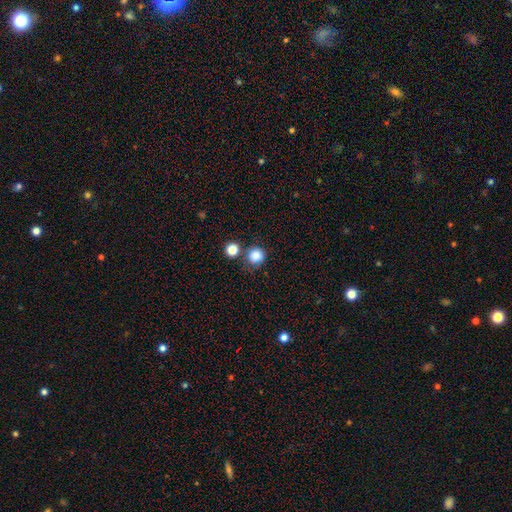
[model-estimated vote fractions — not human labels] smooth 84%, star or artifact 11%, featured or disk 4%. Down the decision tree: how rounded — round (93%); merging — none (74%).